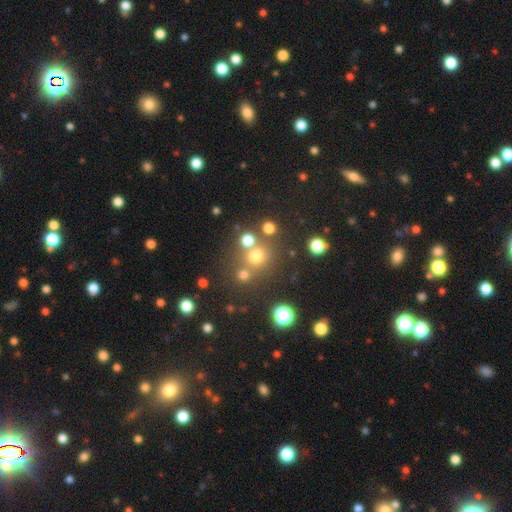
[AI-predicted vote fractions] This is likely a smooth galaxy (67%). How rounded: clearly round (88%). Merging: likely none (66%).